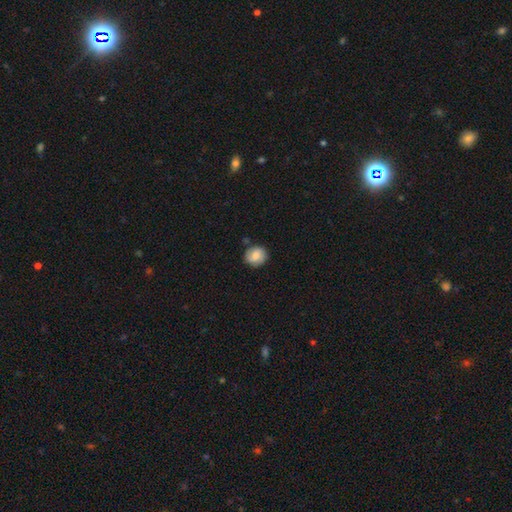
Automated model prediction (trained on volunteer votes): smooth_or_featured: smooth (p=0.68) [alt: featured or disk p=0.24]
how_rounded: round (p=0.79) [alt: in between p=0.20]
merging: none (p=0.79) [alt: minor disturbance p=0.14]